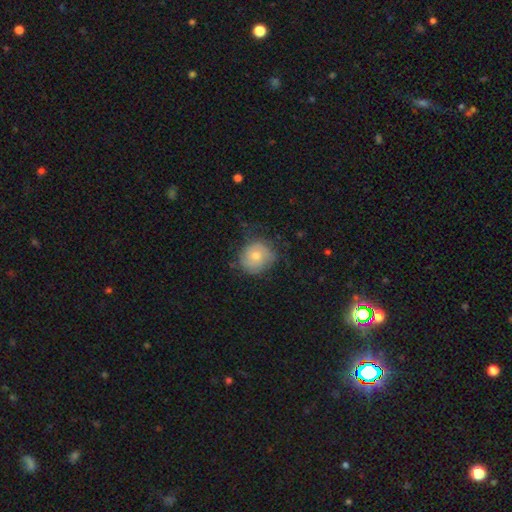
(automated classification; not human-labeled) Overall: smooth (59%; featured or disk 31%). How rounded: round (83%). Merging: none (66%).